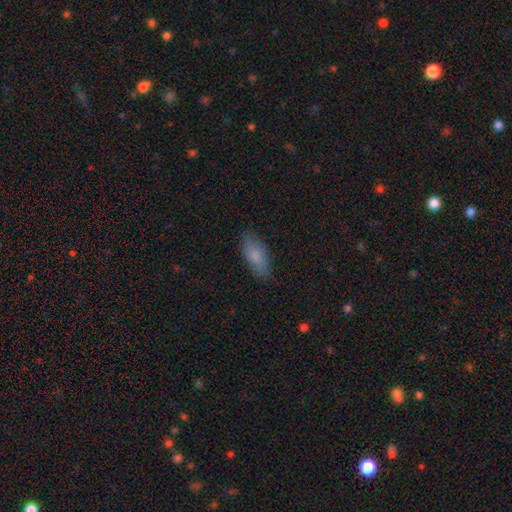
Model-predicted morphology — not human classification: Smooth or featured: smooth — 81% (featured or disk — 12%)
How rounded: in between — 82% (cigar-shaped — 16%)
Merging: none — 82% (minor disturbance — 14%)